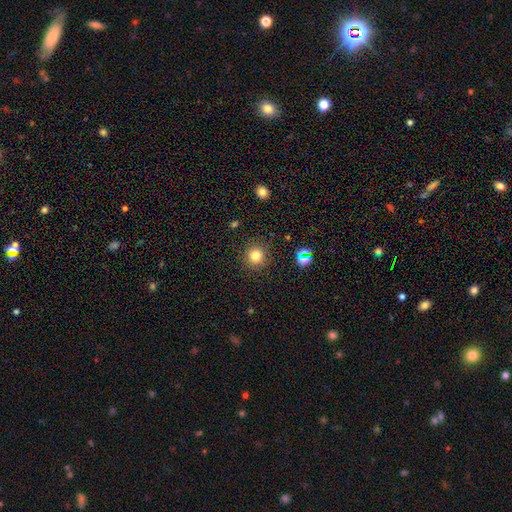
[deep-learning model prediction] smooth-or-featured: smooth: 80% | star or artifact: 14% | featured or disk: 6%
  how-rounded: round: 92% | in between: 7% | cigar-shaped: 1%
  merging: none: 88% | minor disturbance: 7% | major disturbance: 3% | merger: 2%